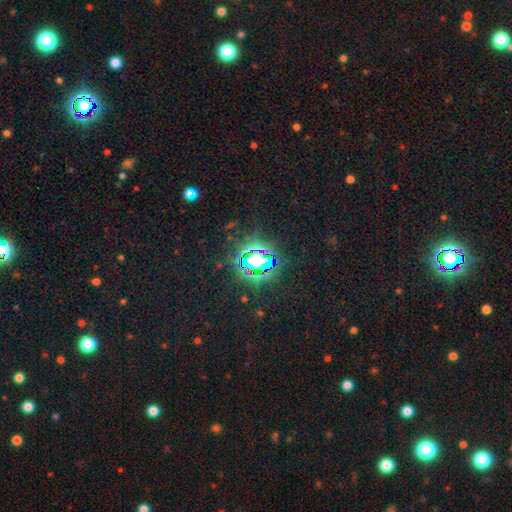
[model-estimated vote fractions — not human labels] A star or artifact, not a galaxy (76%).

Vote fractions:
- Smooth or featured? star or artifact: 76% / smooth: 14% / featured or disk: 10%